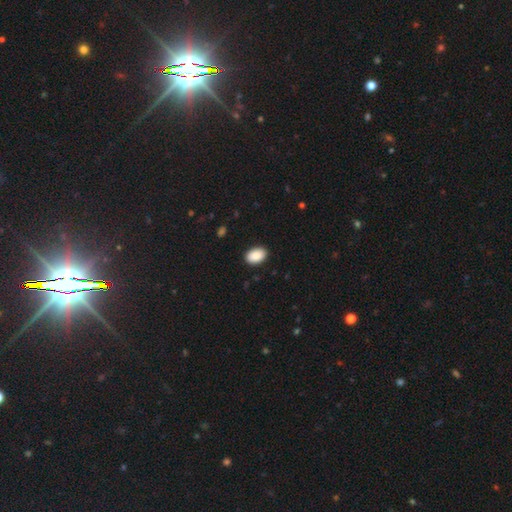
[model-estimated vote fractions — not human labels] Smooth or featured? Predicted: smooth (p=0.90). How rounded? Predicted: in between (p=0.91). Merging? Predicted: none (p=0.90).